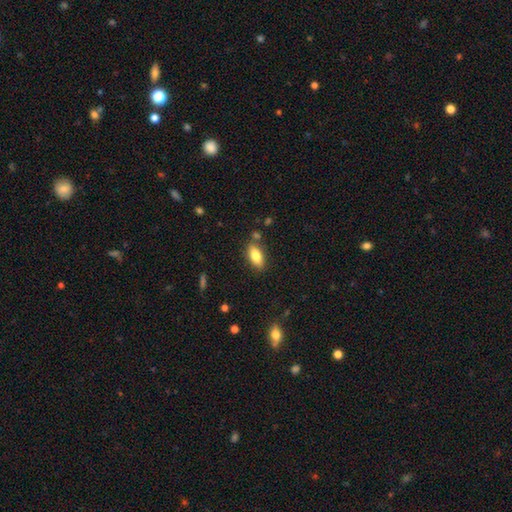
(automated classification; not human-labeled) Smooth or featured?
  - smooth: 80% *
  - featured or disk: 12%
  - star or artifact: 7%
How rounded?
  - in between: 83% *
  - cigar-shaped: 14%
  - round: 3%
Merging?
  - none: 81% *
  - minor disturbance: 12%
  - merger: 5%
  - major disturbance: 3%